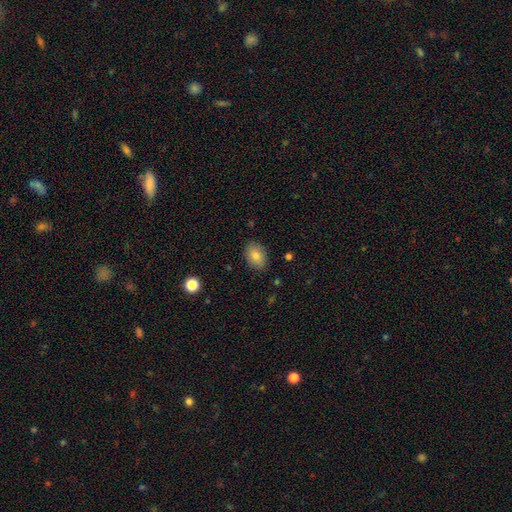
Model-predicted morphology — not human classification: Smooth or featured? smooth (81%)
How rounded? in between (79%)
Merging? none (86%)